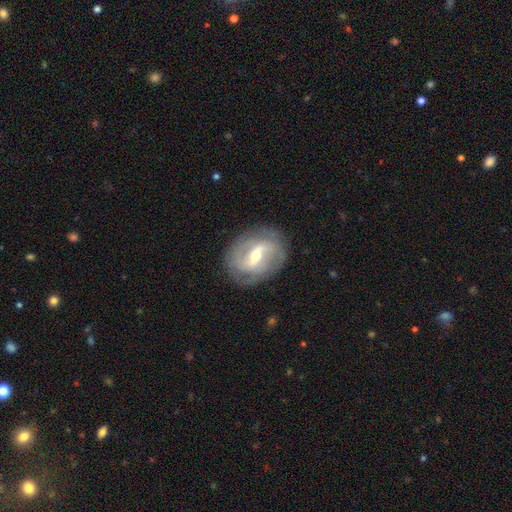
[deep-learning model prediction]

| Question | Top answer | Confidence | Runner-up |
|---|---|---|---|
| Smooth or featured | featured or disk | 79% | smooth (15%) |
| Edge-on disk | no | 94% | yes (6%) |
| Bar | strong | 47% | weak (40%) |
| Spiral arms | yes | 80% | no (20%) |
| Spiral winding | tight | 42% | medium (37%) |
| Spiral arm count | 2 | 65% | can't tell (21%) |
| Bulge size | moderate | 57% | small (38%) |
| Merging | none | 81% | minor disturbance (13%) |